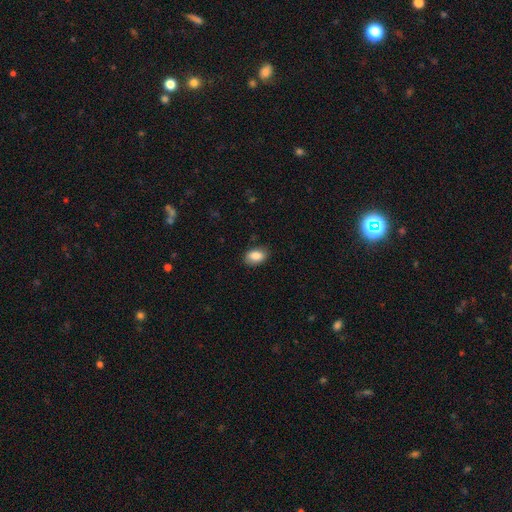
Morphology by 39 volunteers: Smooth or featured? smooth (90%)
How rounded? in between (91%)
Merging? none (82%)